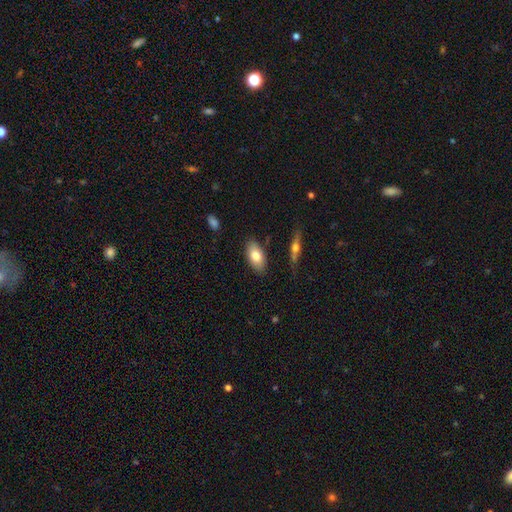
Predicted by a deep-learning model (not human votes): smooth_or_featured: smooth (p=0.78) [alt: featured or disk p=0.16]
how_rounded: in between (p=0.92) [alt: cigar-shaped p=0.05]
merging: none (p=0.84) [alt: minor disturbance p=0.11]